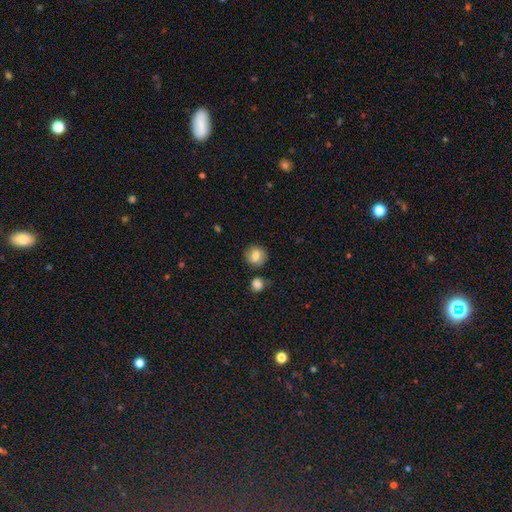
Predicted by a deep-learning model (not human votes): A smooth galaxy with no disk features (79%) that is round (83%). Merging: none (77%).